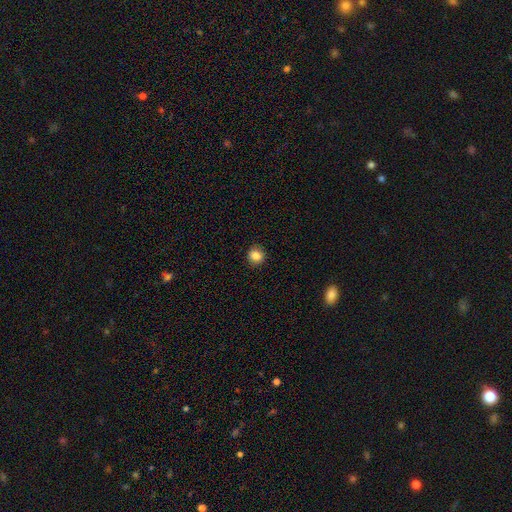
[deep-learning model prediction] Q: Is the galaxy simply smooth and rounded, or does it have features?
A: smooth — 85%.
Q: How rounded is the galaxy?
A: round — 88%.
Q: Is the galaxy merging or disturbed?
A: none — 90%.